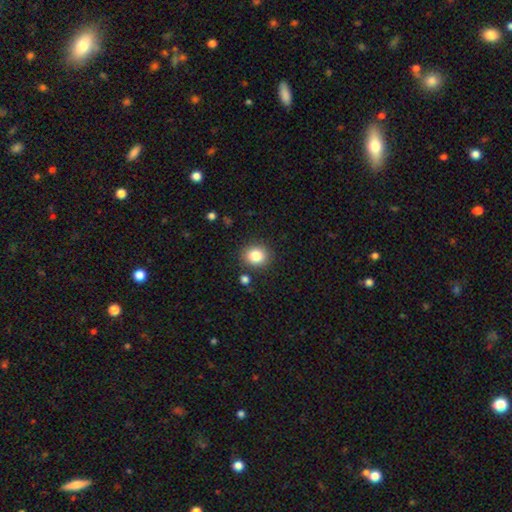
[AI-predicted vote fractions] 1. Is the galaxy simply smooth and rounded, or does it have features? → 83% smooth, 11% star or artifact, 6% featured or disk.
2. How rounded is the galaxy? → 76% round, 23% in between, 1% cigar-shaped.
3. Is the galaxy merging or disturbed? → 87% none, 8% minor disturbance, 3% merger, 2% major disturbance.